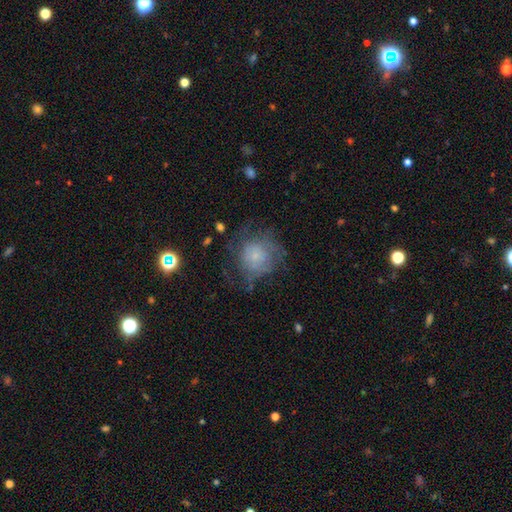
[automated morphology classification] A smooth galaxy with no disk features (47%). Merging: none (51%).